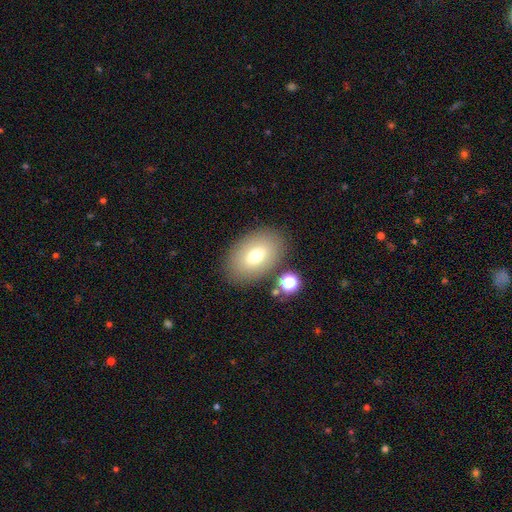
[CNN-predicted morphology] This is likely a smooth galaxy (72%). How rounded: clearly in between (90%). Merging: clearly none (81%).